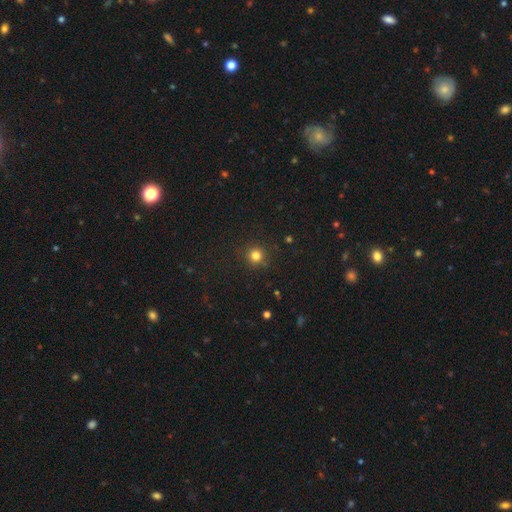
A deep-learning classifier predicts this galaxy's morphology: smooth_or_featured: smooth (p=0.81) [alt: star or artifact p=0.14]
how_rounded: round (p=0.94) [alt: in between p=0.05]
merging: none (p=0.90) [alt: minor disturbance p=0.06]